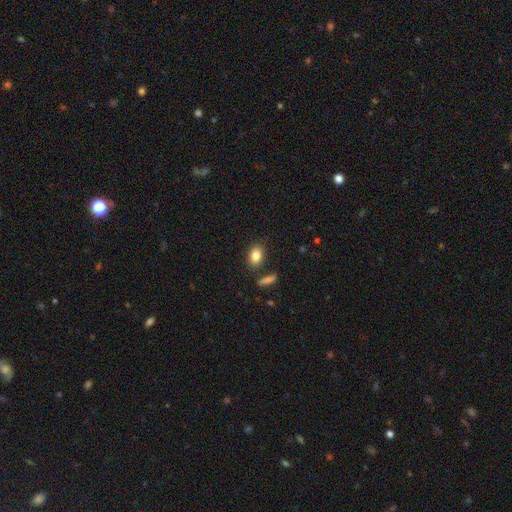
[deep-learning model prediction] Smooth or featured? smooth (84%)
How rounded? in between (81%)
Merging? none (81%)